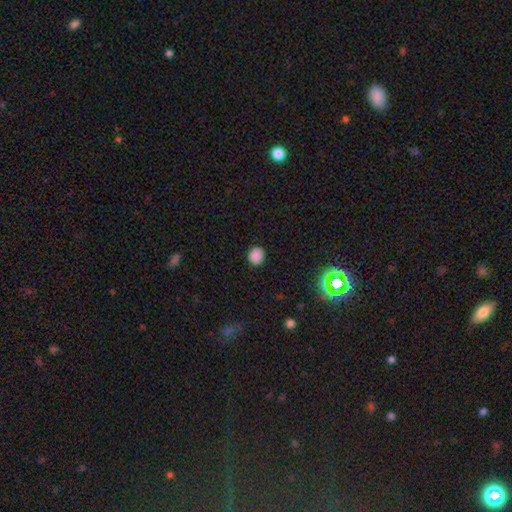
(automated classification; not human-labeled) The model was most divided on "how rounded": round: 77%, in between: 22%, cigar-shaped: 1%. More confident: merging — none (88%); smooth or featured — smooth (85%).